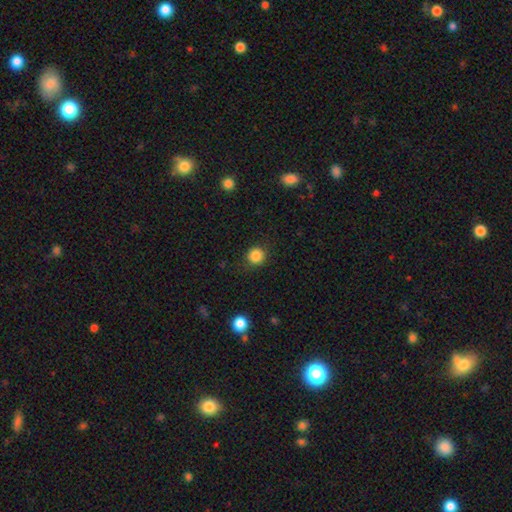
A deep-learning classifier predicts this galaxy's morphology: A smooth galaxy with no disk features (86%) that is round (93%). Merging: none (88%).